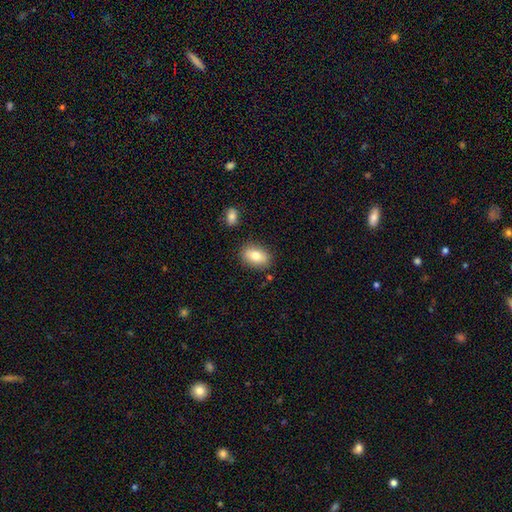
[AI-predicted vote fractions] Smooth or featured?
  - smooth: 79% *
  - featured or disk: 14%
  - star or artifact: 7%
How rounded?
  - in between: 87% *
  - round: 10%
  - cigar-shaped: 2%
Merging?
  - none: 83% *
  - minor disturbance: 11%
  - merger: 3%
  - major disturbance: 3%